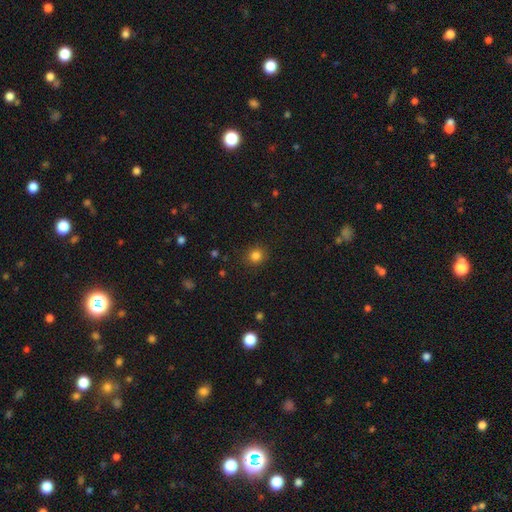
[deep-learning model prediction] Q: Smooth or featured?
A: smooth (83%); runner-up: star or artifact (13%)
Q: How rounded?
A: round (88%); runner-up: in between (11%)
Q: Merging?
A: none (89%); runner-up: minor disturbance (7%)